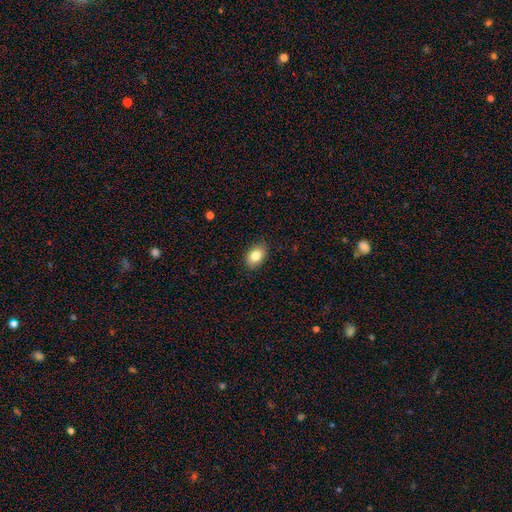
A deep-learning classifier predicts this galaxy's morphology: Smooth or featured? smooth (84%)
How rounded? in between (80%)
Merging? none (88%)